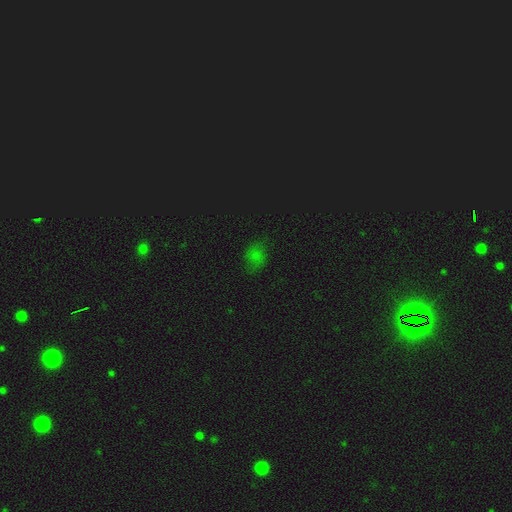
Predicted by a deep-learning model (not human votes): Q: Smooth or featured?
A: smooth (60%); runner-up: star or artifact (29%)
Q: How rounded?
A: in between (51%); runner-up: round (48%)
Q: Merging?
A: none (69%); runner-up: minor disturbance (21%)